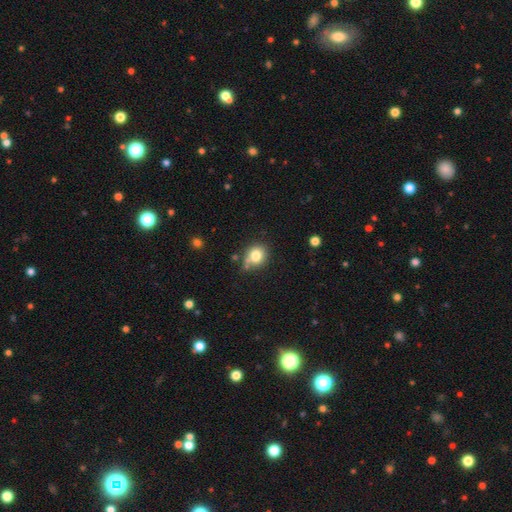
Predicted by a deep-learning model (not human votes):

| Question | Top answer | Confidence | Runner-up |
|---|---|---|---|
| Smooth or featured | smooth | 79% | star or artifact (11%) |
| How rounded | round | 77% | in between (22%) |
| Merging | none | 66% | minor disturbance (17%) |